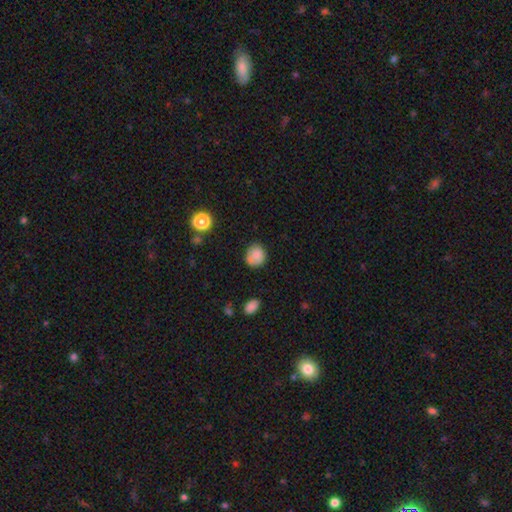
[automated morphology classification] smooth_or_featured: smooth (p=0.82) [alt: star or artifact p=0.09]
how_rounded: round (p=0.78) [alt: in between p=0.21]
merging: none (p=0.71) [alt: minor disturbance p=0.20]